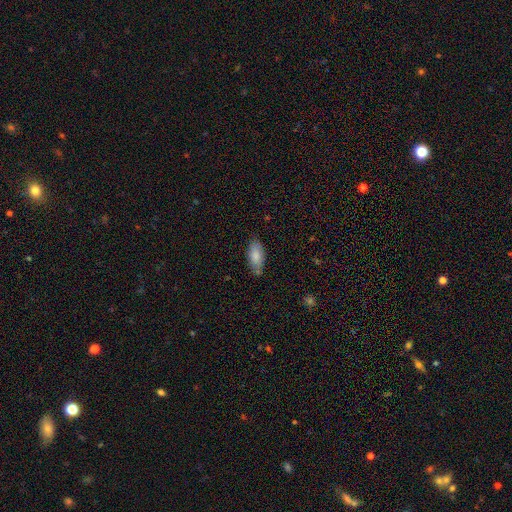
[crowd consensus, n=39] Volunteers were most divided on "merging": none: 64%, minor disturbance: 33%, major disturbance: 3%, merger: 0%. More confident: how rounded — in between (88%); smooth or featured — smooth (85%).